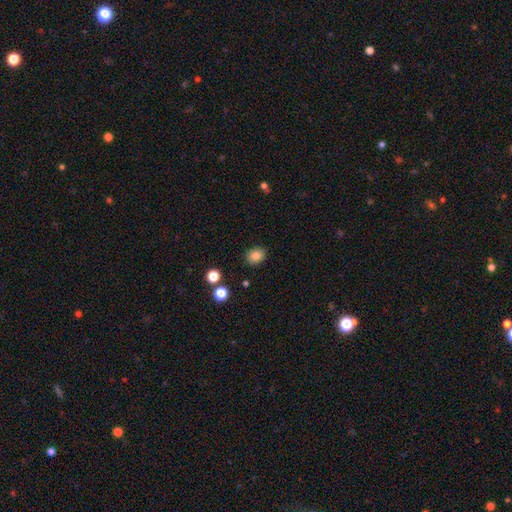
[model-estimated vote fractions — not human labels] Overall: smooth (83%). How rounded: round (52%; in between 47%). Merging: none (88%).